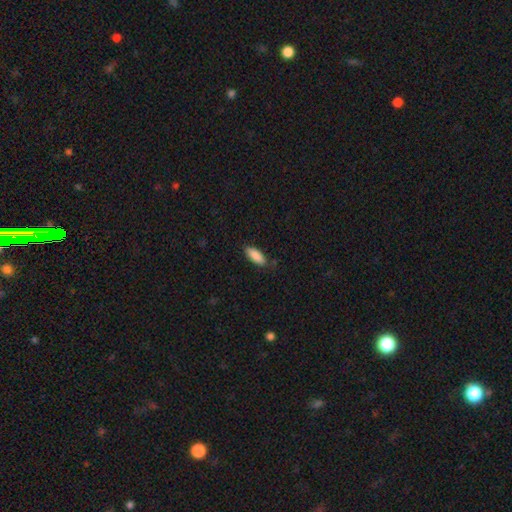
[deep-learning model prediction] Smooth or featured?
  - smooth: 89% *
  - star or artifact: 6%
  - featured or disk: 5%
How rounded?
  - in between: 72% *
  - cigar-shaped: 26%
  - round: 2%
Merging?
  - none: 82% *
  - minor disturbance: 14%
  - major disturbance: 3%
  - merger: 1%